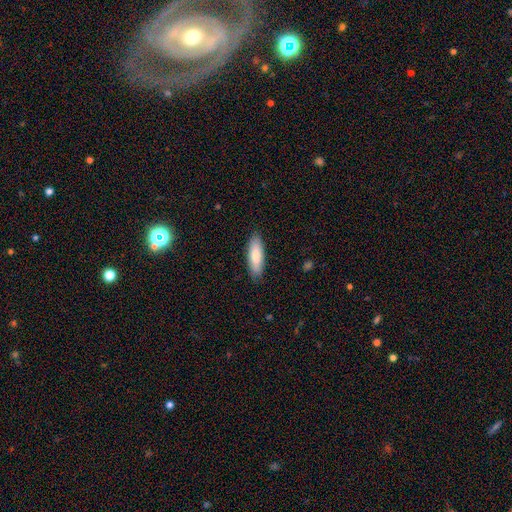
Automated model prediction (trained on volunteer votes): This is clearly a smooth galaxy (82%). How rounded: possibly in between (53%). Merging: clearly none (87%).